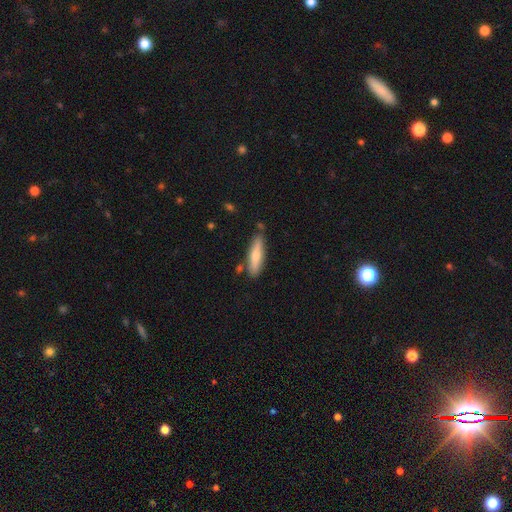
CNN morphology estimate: The model was most divided on "smooth or featured": smooth: 62%, featured or disk: 33%, star or artifact: 6%. More confident: merging — none (78%); how rounded — cigar-shaped (72%).